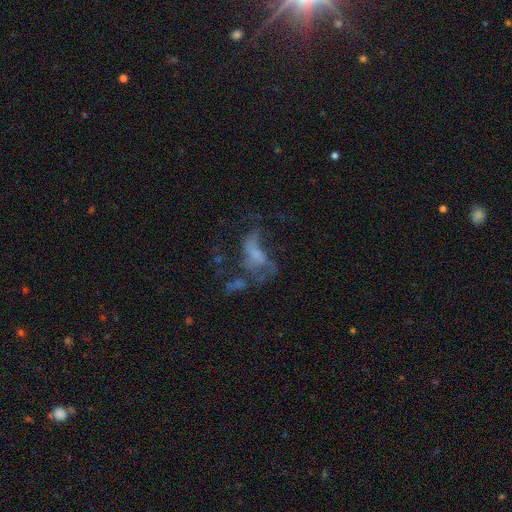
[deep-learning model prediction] Overall: featured or disk (54%; smooth 30%). Edge-on disk: no (96%). Bar: no (72%). Spiral arms: no (66%; yes 34%). Bulge size: none (35%; small 34%). Merging: major disturbance (46%; none 26%).